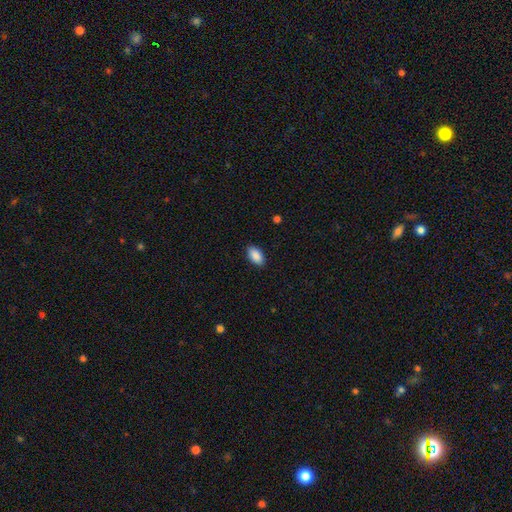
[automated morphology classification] This is clearly a smooth galaxy (90%). How rounded: clearly in between (94%). Merging: clearly none (89%).